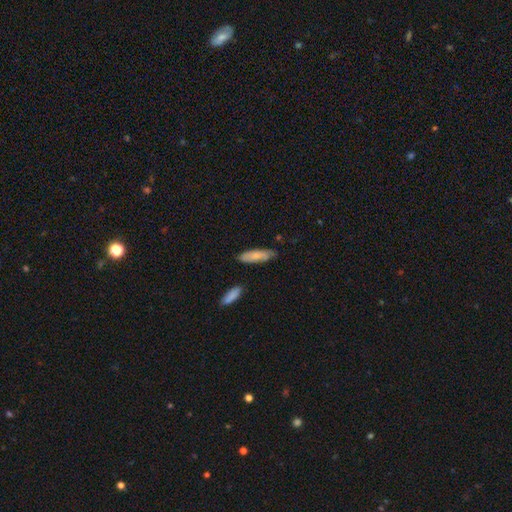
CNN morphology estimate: Overall: smooth (74%). How rounded: in between (50%; cigar-shaped 48%). Merging: none (73%).